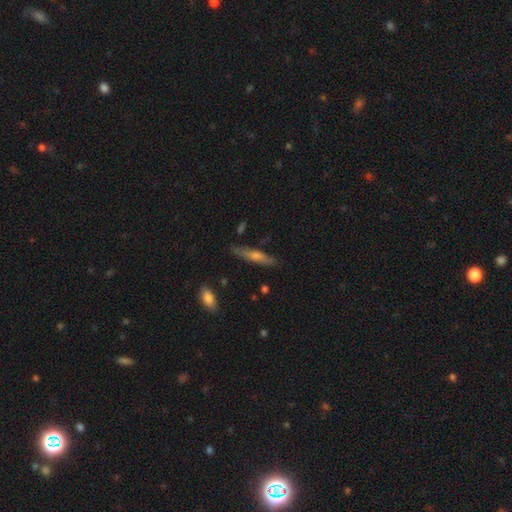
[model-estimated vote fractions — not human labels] smooth_or_featured: featured or disk (p=0.47) [alt: smooth p=0.46]
merging: none (p=0.82) [alt: minor disturbance p=0.14]